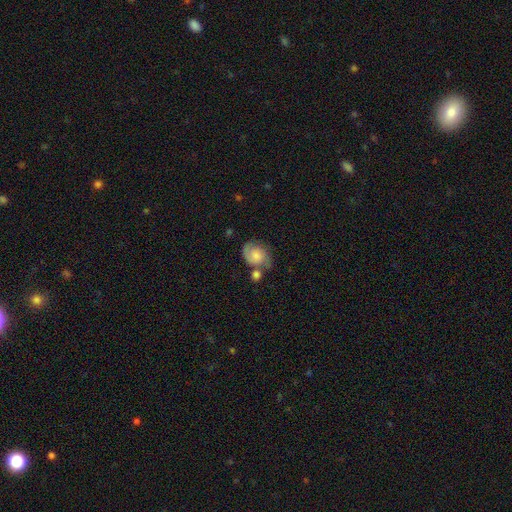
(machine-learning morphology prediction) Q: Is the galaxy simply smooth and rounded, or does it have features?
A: featured or disk — 50%.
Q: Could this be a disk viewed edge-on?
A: no — 97%.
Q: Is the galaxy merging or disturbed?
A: none — 46%.